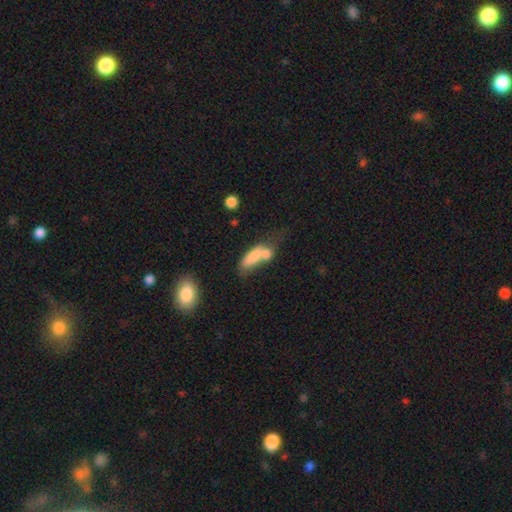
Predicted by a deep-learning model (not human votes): Smooth or featured: smooth — 71% (featured or disk — 20%)
How rounded: in between — 70% (cigar-shaped — 25%)
Merging: merger — 54% (none — 20%)